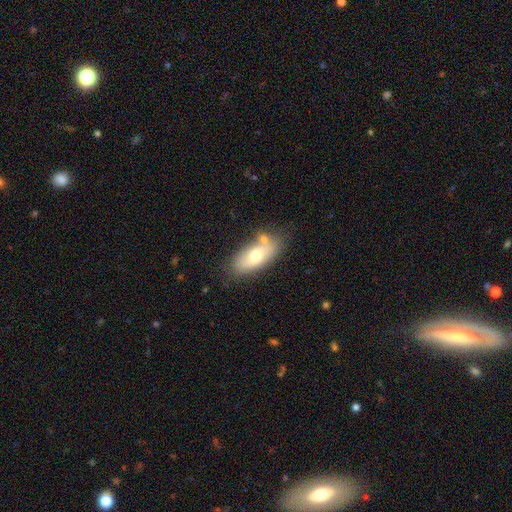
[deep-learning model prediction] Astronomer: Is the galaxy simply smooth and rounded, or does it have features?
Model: smooth — 65%.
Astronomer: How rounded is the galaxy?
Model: in between — 85%.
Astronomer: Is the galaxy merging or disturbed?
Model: none — 62%.